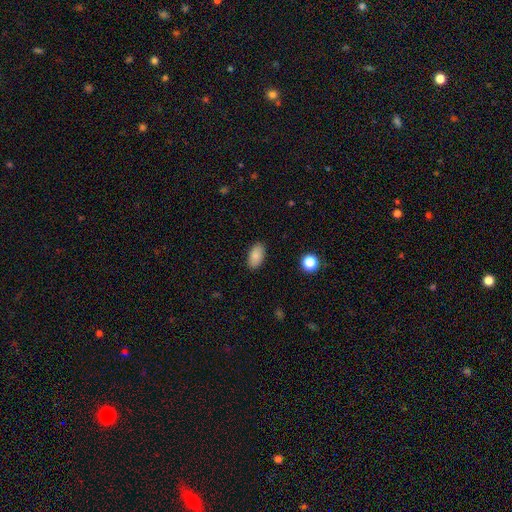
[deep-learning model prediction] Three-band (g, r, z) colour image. It shows a smooth galaxy with no disk features (87%) that is in between round and cigar-shaped (94%). Merging: none (88%).